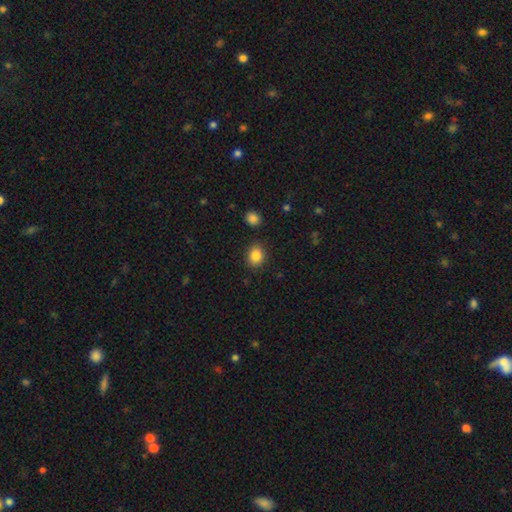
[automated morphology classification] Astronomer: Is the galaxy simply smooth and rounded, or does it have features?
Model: smooth — 85%.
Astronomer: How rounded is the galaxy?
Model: round — 58% (runner-up: in between, 41%).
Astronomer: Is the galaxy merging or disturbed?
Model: none — 87%.